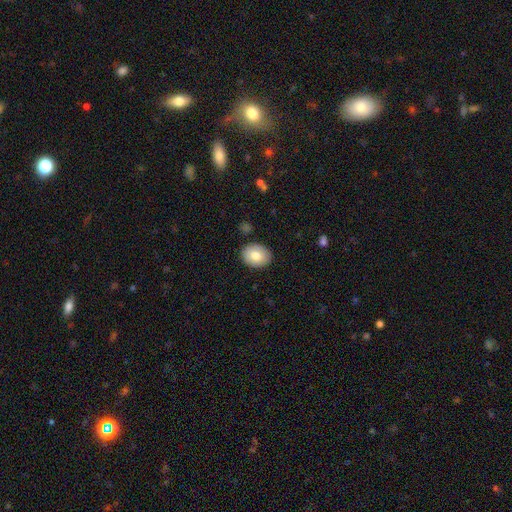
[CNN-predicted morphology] smooth_or_featured: smooth (p=0.80) [alt: featured or disk p=0.13]
how_rounded: in between (p=0.57) [alt: round p=0.42]
merging: none (p=0.88) [alt: minor disturbance p=0.09]